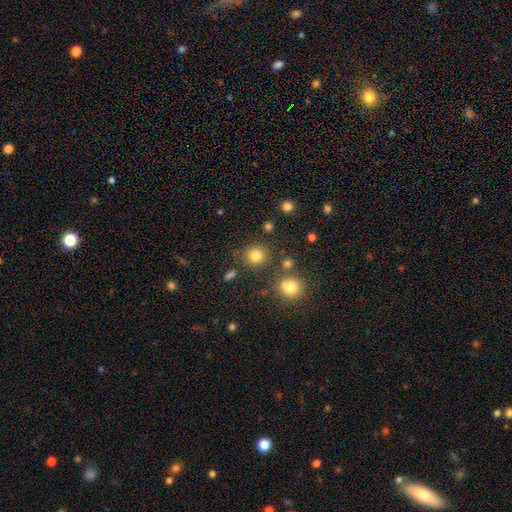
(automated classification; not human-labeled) This is clearly a smooth galaxy (81%). How rounded: clearly round (90%). Merging: clearly none (83%).